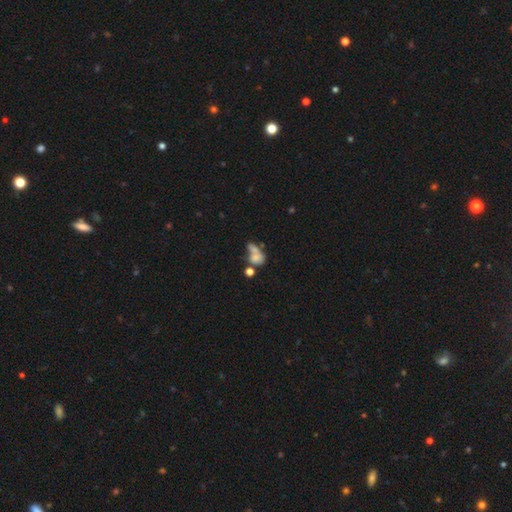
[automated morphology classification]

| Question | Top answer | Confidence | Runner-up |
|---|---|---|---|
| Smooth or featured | smooth | 67% | featured or disk (21%) |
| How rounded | in between | 68% | round (29%) |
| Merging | merger | 52% | none (21%) |